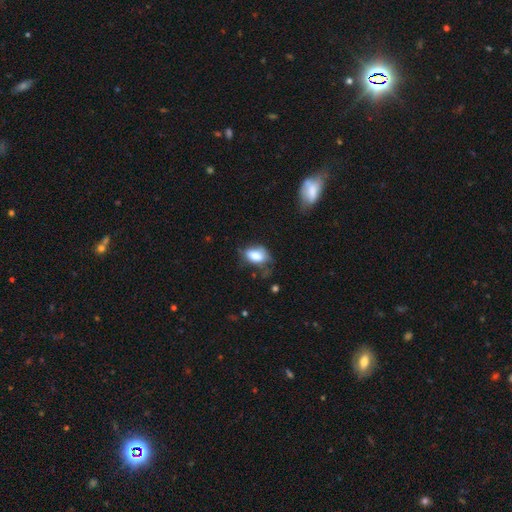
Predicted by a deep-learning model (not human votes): Overall: smooth (78%). How rounded: in between (87%). Merging: none (42%; minor disturbance 35%).